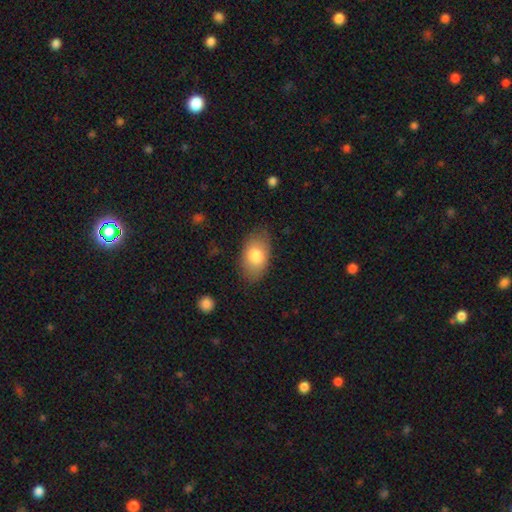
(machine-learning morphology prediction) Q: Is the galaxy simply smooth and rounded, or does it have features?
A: smooth — 79%.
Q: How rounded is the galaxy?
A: in between — 90%.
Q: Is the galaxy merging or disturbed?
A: none — 78%.